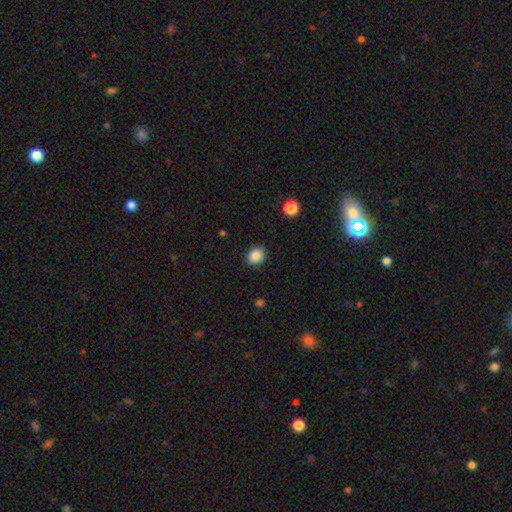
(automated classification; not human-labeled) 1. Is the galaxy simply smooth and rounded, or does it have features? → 88% smooth, 9% star or artifact, 3% featured or disk.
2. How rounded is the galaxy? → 62% round, 38% in between, 1% cigar-shaped.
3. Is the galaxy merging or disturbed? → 90% none, 7% minor disturbance, 2% major disturbance, 1% merger.